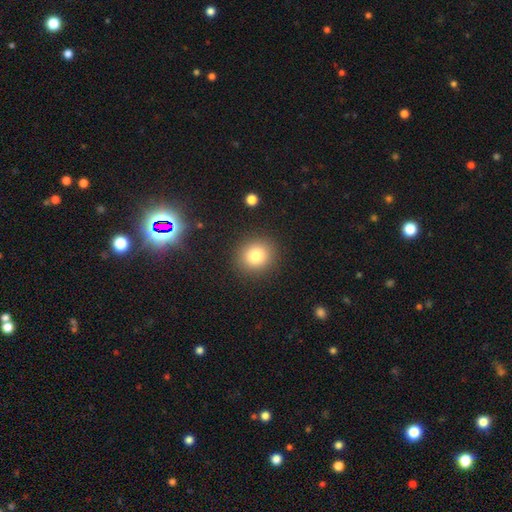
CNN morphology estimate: A smooth galaxy with no disk features (80%) that is round (85%).

Vote fractions:
- Smooth or featured? smooth: 80% / star or artifact: 12% / featured or disk: 8%
- How rounded? round: 85% / in between: 14% / cigar-shaped: 1%
- Merging? none: 89% / minor disturbance: 7% / major disturbance: 3% / merger: 1%